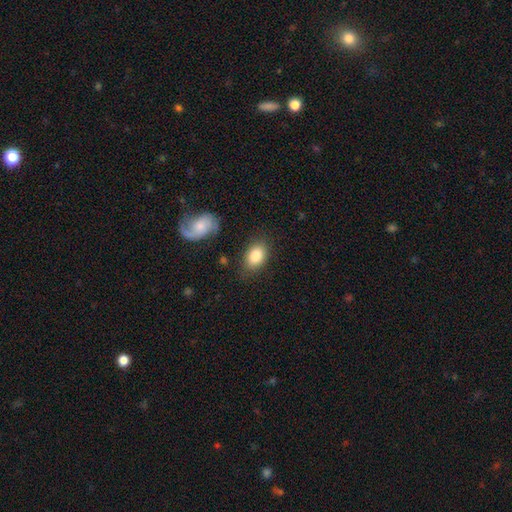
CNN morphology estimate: A smooth galaxy with no disk features (84%) that is in between round and cigar-shaped (83%). Merging: none (78%).